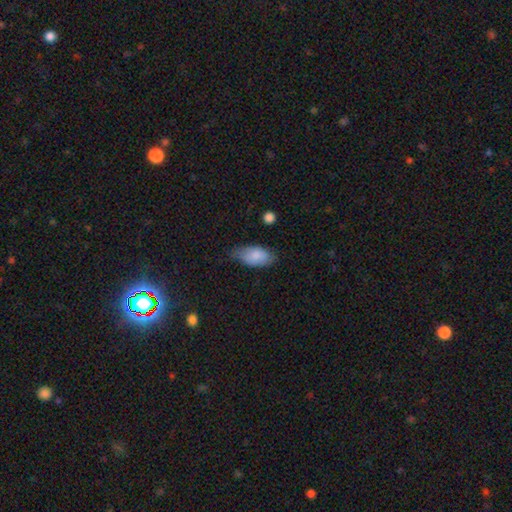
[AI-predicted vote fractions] Smooth or featured? Predicted: smooth (p=0.82). How rounded? Predicted: in between (p=0.92). Merging? Predicted: none (p=0.57).